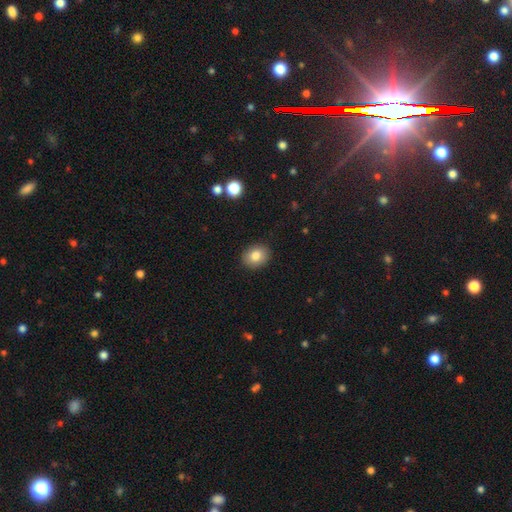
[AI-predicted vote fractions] Smooth or featured? smooth (82%)
How rounded? round (52%)
Merging? none (89%)